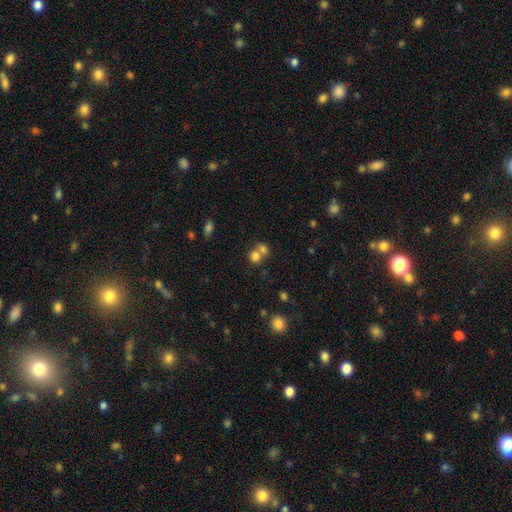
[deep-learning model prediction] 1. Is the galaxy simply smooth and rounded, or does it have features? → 75% smooth, 14% star or artifact, 11% featured or disk.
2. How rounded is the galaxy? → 67% round, 32% in between, 1% cigar-shaped.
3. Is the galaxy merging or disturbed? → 54% merger, 35% none, 7% minor disturbance, 4% major disturbance.